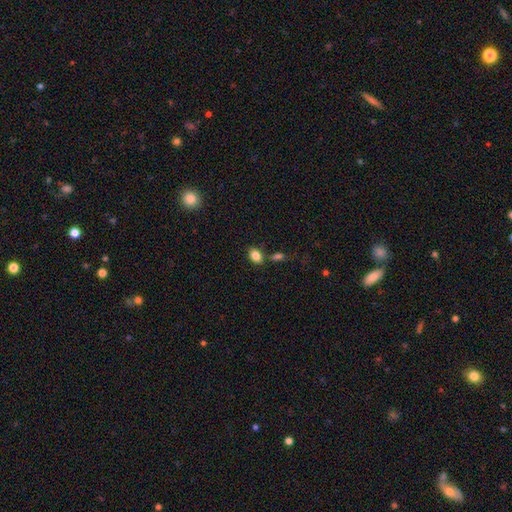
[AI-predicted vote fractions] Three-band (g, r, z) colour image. It shows a smooth galaxy with no disk features (84%) that is in between round and cigar-shaped (82%). Merging: none (71%).